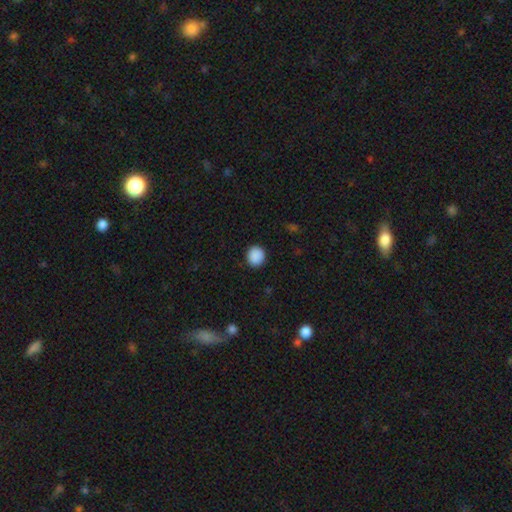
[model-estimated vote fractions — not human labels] This is clearly a smooth galaxy (89%). How rounded: clearly round (82%). Merging: clearly none (90%).